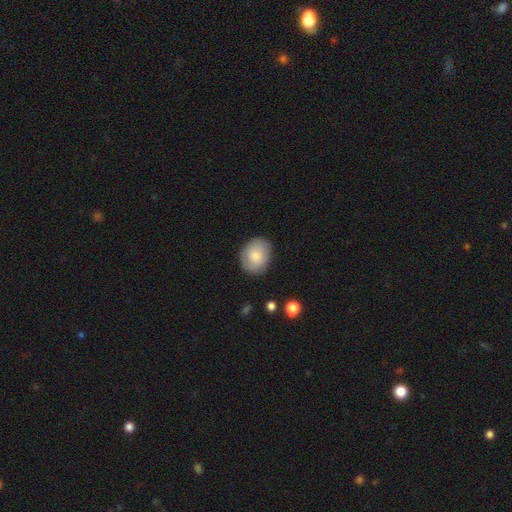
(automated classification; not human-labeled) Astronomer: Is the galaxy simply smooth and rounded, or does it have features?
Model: smooth — 79%.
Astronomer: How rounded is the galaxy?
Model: round — 51% (runner-up: in between, 48%).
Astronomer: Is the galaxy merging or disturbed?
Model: none — 84%.